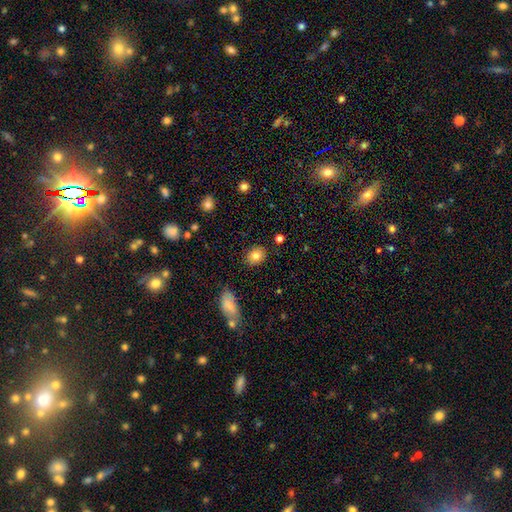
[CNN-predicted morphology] A smooth galaxy with no disk features (81%) that is round (50%).

Vote fractions:
- Smooth or featured? smooth: 81% / featured or disk: 10% / star or artifact: 9%
- How rounded? round: 50% / in between: 49% / cigar-shaped: 1%
- Merging? none: 87% / minor disturbance: 9% / major disturbance: 2% / merger: 2%